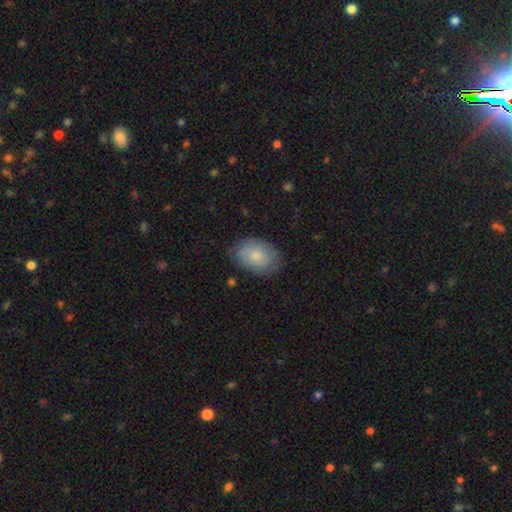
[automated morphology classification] This is likely a smooth galaxy (76%). How rounded: clearly in between (80%). Merging: likely none (77%).